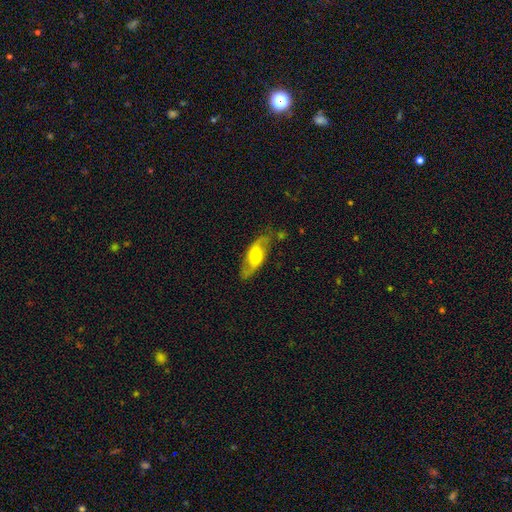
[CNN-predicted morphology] type=featured or disk (63%); edge-on=no (82%); bar=no (54%); spiral arms=yes (83%); bulge=moderate (59%); merging=none (75%).